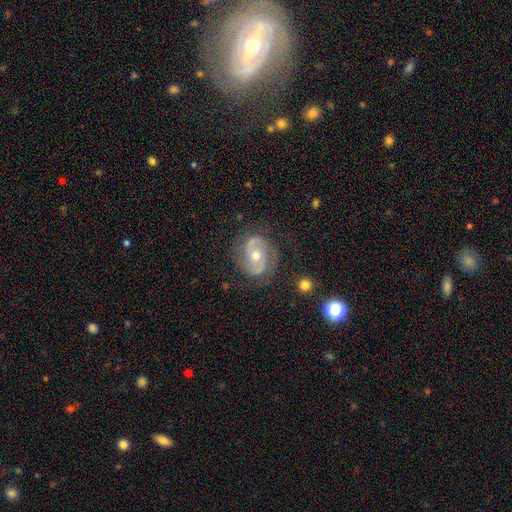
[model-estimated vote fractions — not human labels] Smooth or featured?
  - featured or disk: 86% *
  - smooth: 8%
  - star or artifact: 6%
Edge-on disk?
  - no: 98% *
  - yes: 2%
Bar?
  - no: 60% *
  - weak: 30%
  - strong: 10%
Spiral arms?
  - yes: 95% *
  - no: 5%
Spiral winding?
  - medium: 52% *
  - tight: 29%
  - loose: 19%
Spiral arm count?
  - 2: 91% *
  - can't tell: 4%
  - 3: 2%
  - 1: 2%
  - 4: 1%
  - more than 4: 1%
Bulge size?
  - moderate: 63% *
  - small: 34%
  - large: 2%
  - none: 1%
  - dominant: 1%
Merging?
  - none: 81% *
  - minor disturbance: 13%
  - major disturbance: 5%
  - merger: 1%